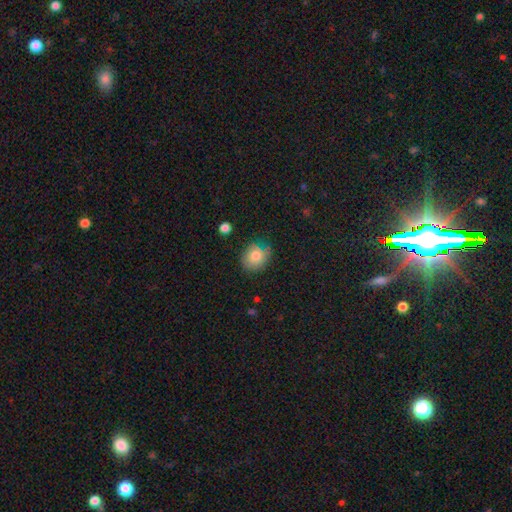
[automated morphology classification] smooth_or_featured: smooth (p=0.80) [alt: featured or disk p=0.11]
how_rounded: round (p=0.67) [alt: in between p=0.32]
merging: none (p=0.73) [alt: minor disturbance p=0.21]